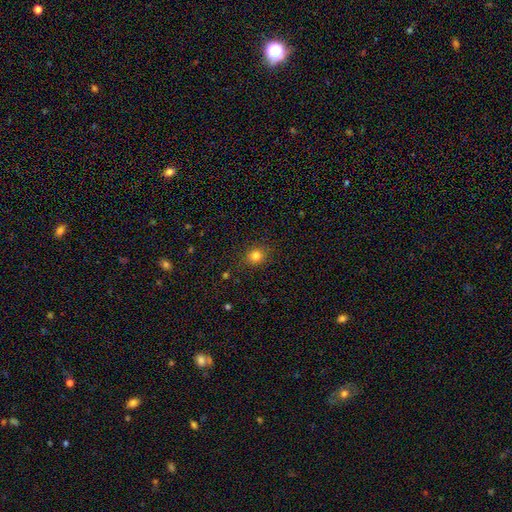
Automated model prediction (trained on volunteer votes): Overall: smooth (81%). How rounded: round (78%). Merging: none (87%).